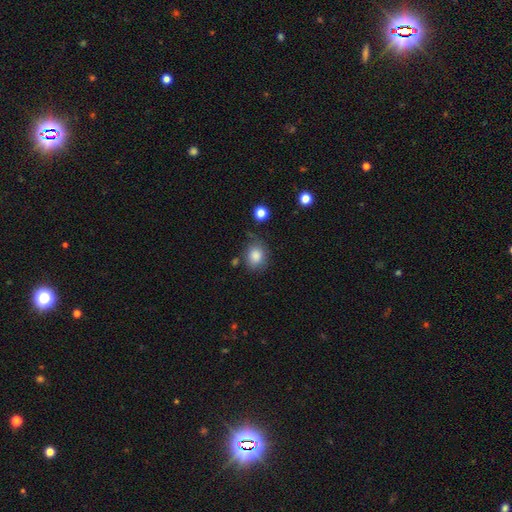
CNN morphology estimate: A smooth galaxy with no disk features (85%) that is round (58%).

Vote fractions:
- Smooth or featured? smooth: 85% / star or artifact: 9% / featured or disk: 6%
- How rounded? round: 58% / in between: 41% / cigar-shaped: 1%
- Merging? none: 70% / minor disturbance: 20% / major disturbance: 6% / merger: 5%